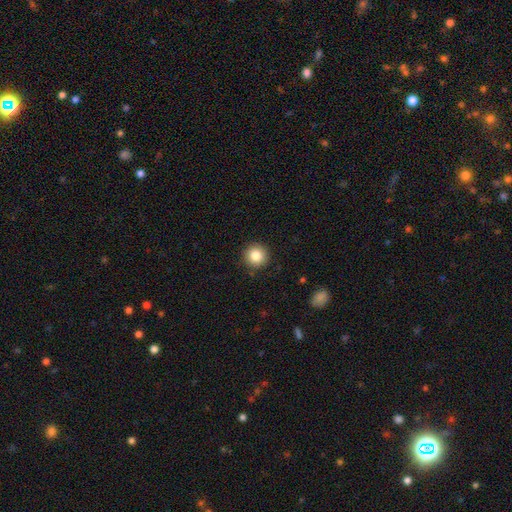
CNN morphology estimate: smooth-or-featured: smooth: 84% | star or artifact: 9% | featured or disk: 6%
  how-rounded: round: 95% | in between: 4% | cigar-shaped: 1%
  merging: none: 91% | minor disturbance: 6% | major disturbance: 2% | merger: 1%